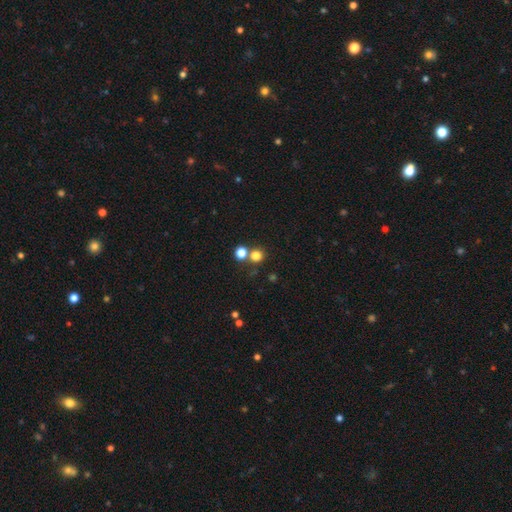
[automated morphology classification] Q: Smooth or featured?
A: smooth (77%); runner-up: star or artifact (17%)
Q: How rounded?
A: round (89%); runner-up: in between (10%)
Q: Merging?
A: none (67%); runner-up: merger (24%)